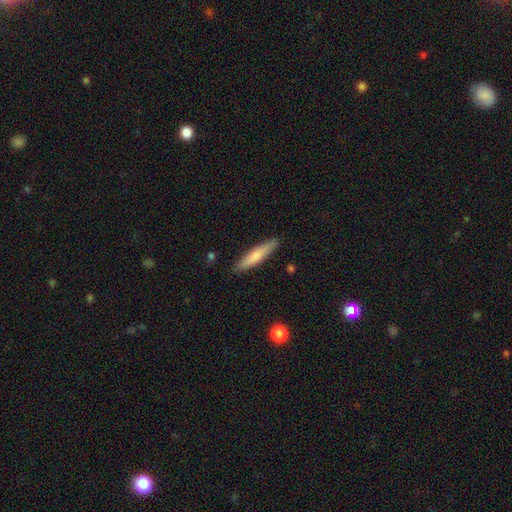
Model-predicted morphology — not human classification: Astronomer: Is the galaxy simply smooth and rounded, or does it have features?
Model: smooth — 71%.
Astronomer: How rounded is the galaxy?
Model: cigar-shaped — 88%.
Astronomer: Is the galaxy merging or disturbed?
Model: none — 88%.